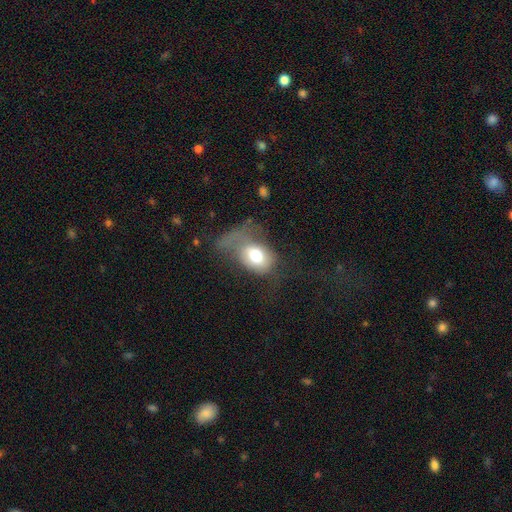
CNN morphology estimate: smooth 69%, featured or disk 23%, star or artifact 9%. Down the decision tree: how rounded — in between (70%); merging — major disturbance (51%).